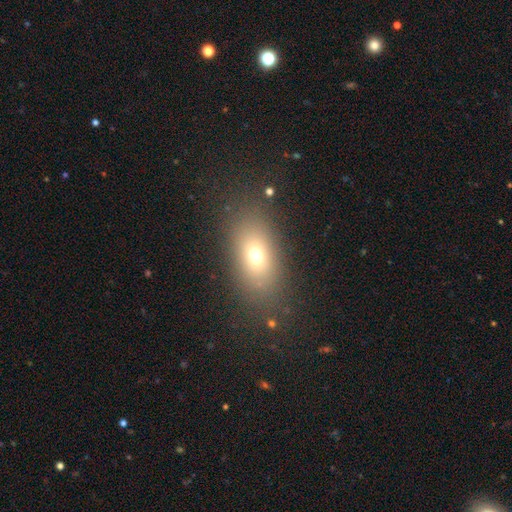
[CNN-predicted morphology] This appears to be a smooth galaxy with no disk features (68%) that is in between round and cigar-shaped (78%). Merging: none (81%).